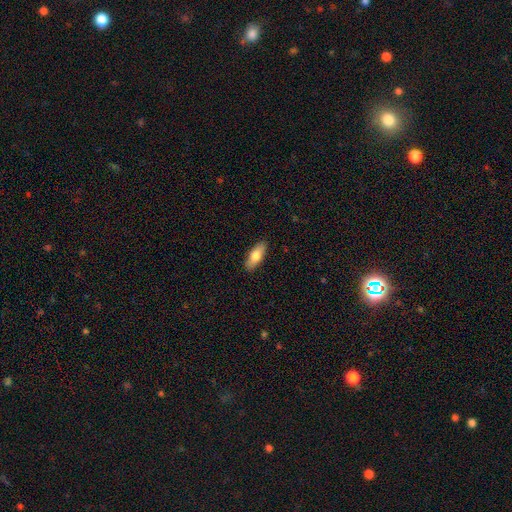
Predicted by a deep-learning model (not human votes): Overall: smooth (75%). How rounded: in between (70%). Merging: none (89%).